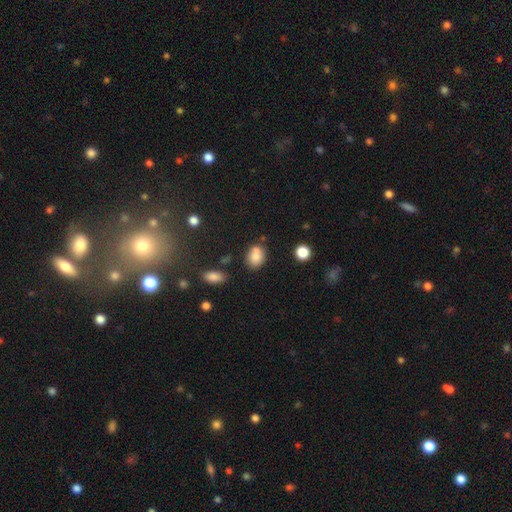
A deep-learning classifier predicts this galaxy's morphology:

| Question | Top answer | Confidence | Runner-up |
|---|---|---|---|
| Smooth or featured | smooth | 80% | star or artifact (10%) |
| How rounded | in between | 65% | round (34%) |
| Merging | none | 61% | merger (17%) |